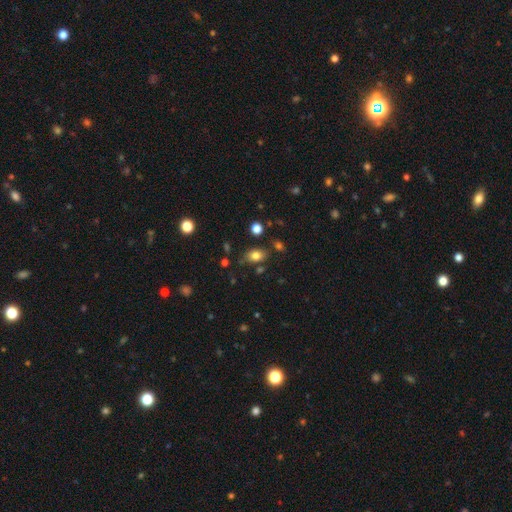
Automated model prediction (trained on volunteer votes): This appears to be a smooth galaxy with no disk features (79%) that is in between round and cigar-shaped (79%). Merging: none (75%).